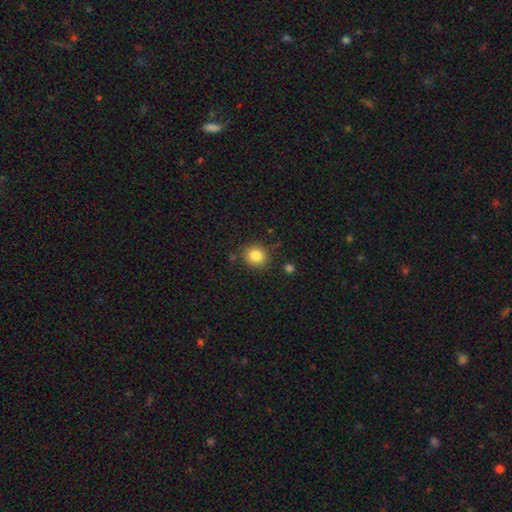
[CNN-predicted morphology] This appears to be a smooth galaxy with no disk features (83%) that is round (86%). Merging: none (83%).